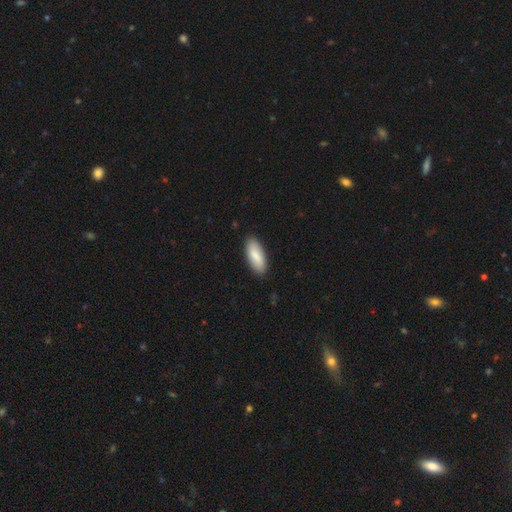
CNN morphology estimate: Q: Smooth or featured?
A: smooth (85%); runner-up: featured or disk (10%)
Q: How rounded?
A: in between (77%); runner-up: cigar-shaped (21%)
Q: Merging?
A: none (88%); runner-up: minor disturbance (9%)